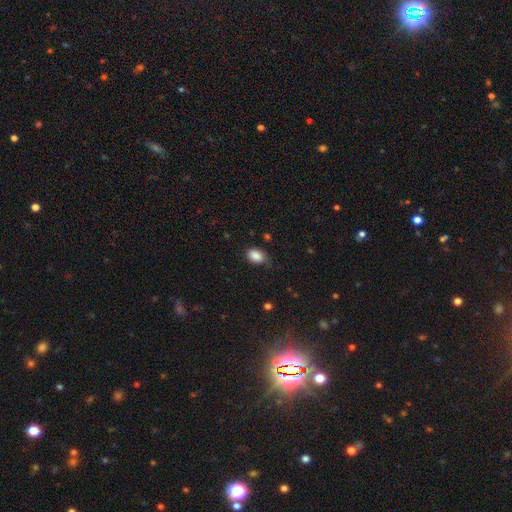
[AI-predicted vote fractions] This appears to be a smooth galaxy with no disk features (87%) that is in between round and cigar-shaped (86%). Merging: none (70%).